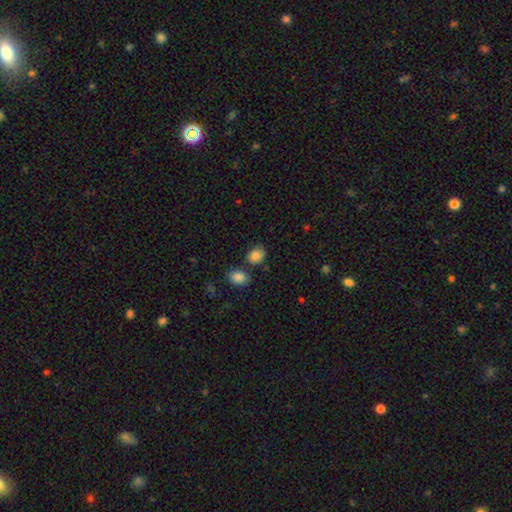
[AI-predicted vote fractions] This is clearly a smooth galaxy (86%). How rounded: possibly in between (53%). Merging: likely none (74%).